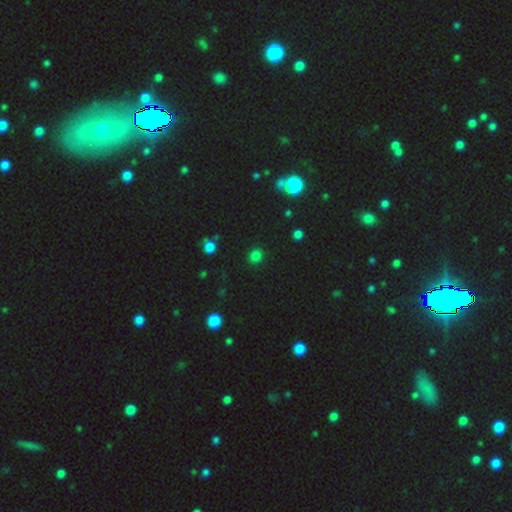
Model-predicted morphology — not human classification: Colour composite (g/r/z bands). It shows a smooth galaxy with no disk features (77%) that is round (78%). Merging: none (88%).